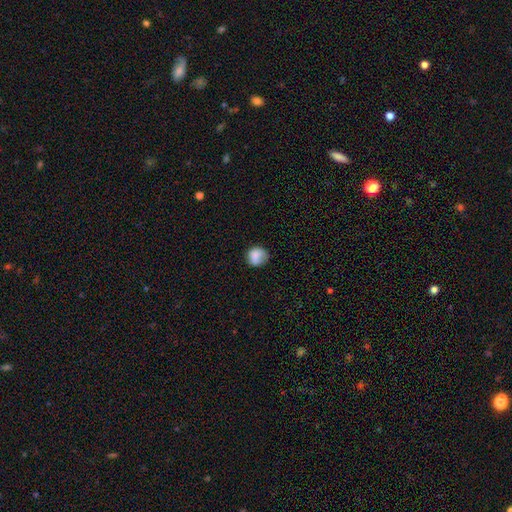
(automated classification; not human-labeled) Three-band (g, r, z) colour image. It shows a smooth galaxy with no disk features (79%) that is round (80%). Merging: none (58%).